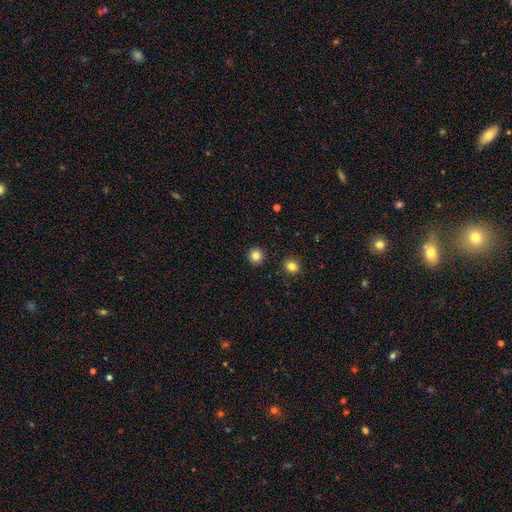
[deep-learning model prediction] Q: Smooth or featured?
A: smooth (83%); runner-up: star or artifact (12%)
Q: How rounded?
A: round (94%); runner-up: in between (5%)
Q: Merging?
A: none (92%); runner-up: minor disturbance (5%)